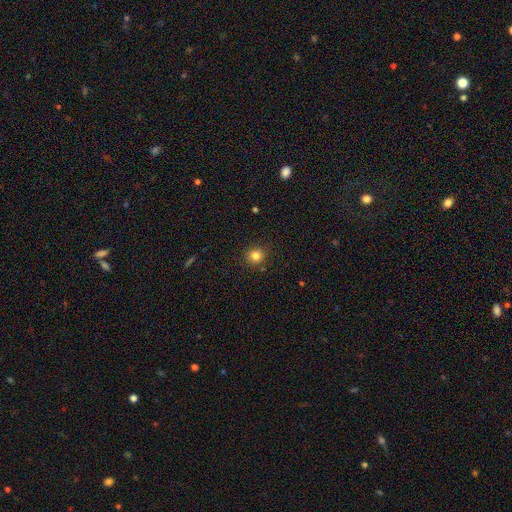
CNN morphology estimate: smooth-or-featured: smooth: 81% | star or artifact: 13% | featured or disk: 6%
  how-rounded: round: 91% | in between: 8% | cigar-shaped: 1%
  merging: none: 88% | minor disturbance: 8% | merger: 2% | major disturbance: 2%